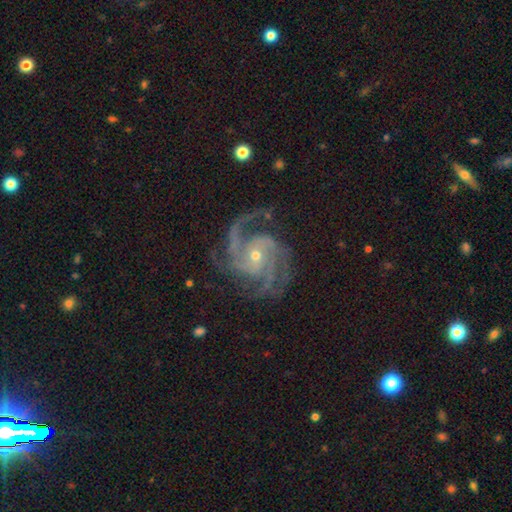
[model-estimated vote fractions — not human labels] Overall: featured or disk (93%). Edge-on disk: no (98%). Bar: no (66%). Spiral arms: yes (99%). Spiral arm count: 3 (40%; 4 22%). Spiral winding: medium (46%, tied with tight). Bulge size: small (62%; moderate 34%). Merging: none (74%).